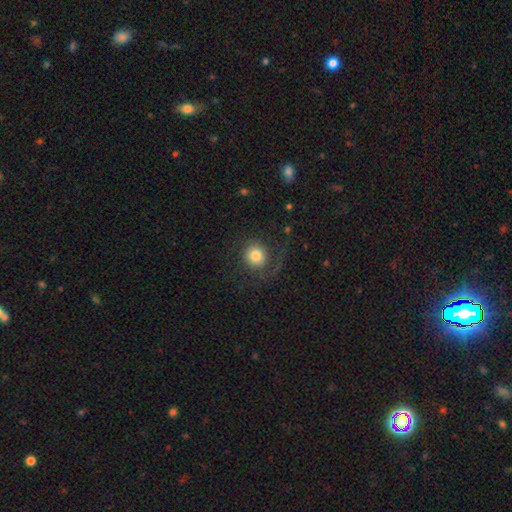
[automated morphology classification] This is likely a smooth galaxy (68%). How rounded: clearly round (90%). Merging: likely none (65%).